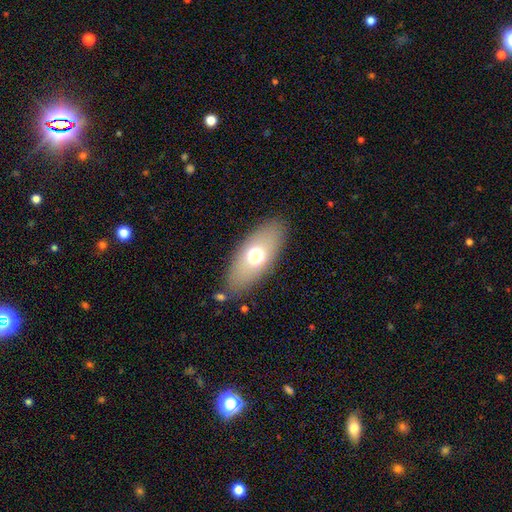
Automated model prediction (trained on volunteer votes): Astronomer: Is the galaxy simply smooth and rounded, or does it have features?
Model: smooth — 64%.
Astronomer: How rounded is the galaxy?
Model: in between — 84%.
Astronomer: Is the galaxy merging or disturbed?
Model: none — 82%.